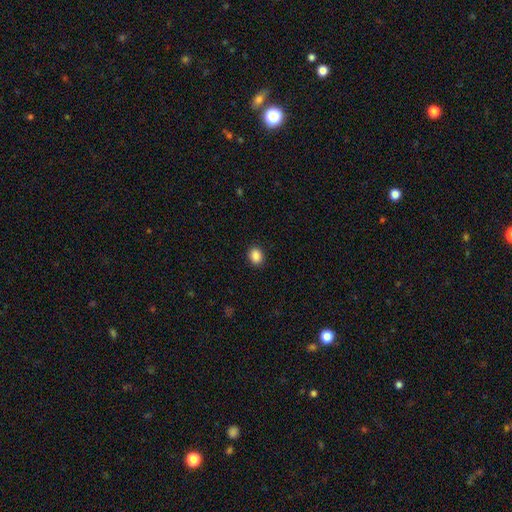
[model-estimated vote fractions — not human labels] Smooth or featured? Predicted: smooth (p=0.88). How rounded? Predicted: round (p=0.54). Merging? Predicted: none (p=0.90).